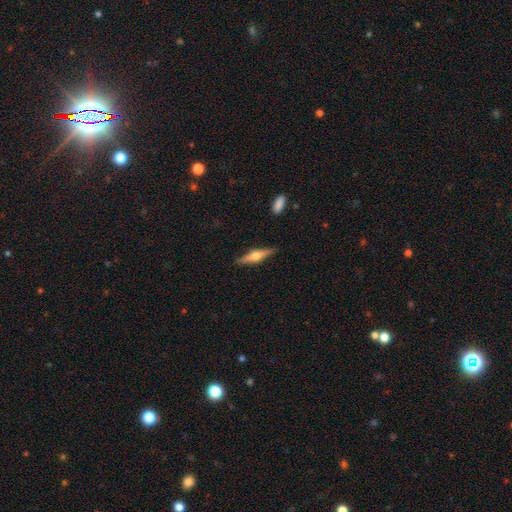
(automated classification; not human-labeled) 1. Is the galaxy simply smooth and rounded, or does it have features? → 65% featured or disk, 29% smooth, 6% star or artifact.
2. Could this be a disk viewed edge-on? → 97% yes, 3% no.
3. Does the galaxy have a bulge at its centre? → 92% rounded, 6% boxy, 3% none.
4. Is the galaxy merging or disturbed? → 88% none, 9% minor disturbance, 2% major disturbance, 1% merger.